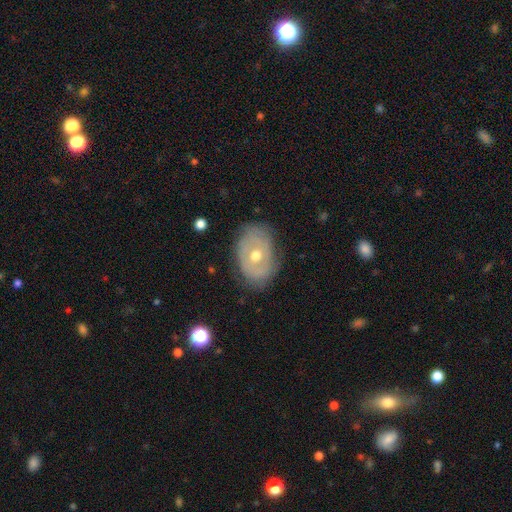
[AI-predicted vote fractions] The model was most divided on "spiral arms" (2-way tie): no: 50%, yes: 50%. More confident: edge-on disk — no (94%); bar — no (82%); merging — none (71%); bulge size — moderate (71%); smooth or featured — featured or disk (64%).